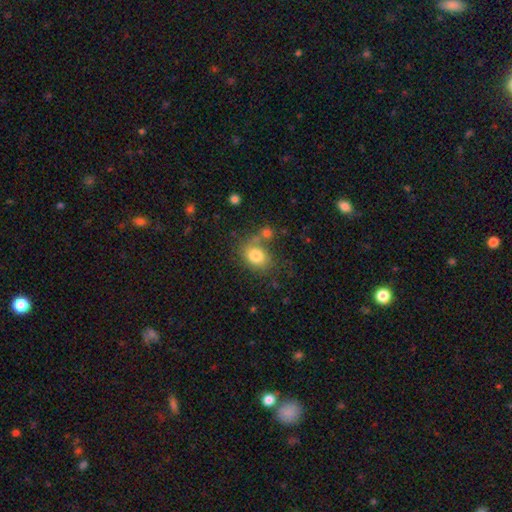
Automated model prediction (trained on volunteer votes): Smooth or featured? smooth (80%)
How rounded? in between (59%)
Merging? none (55%)